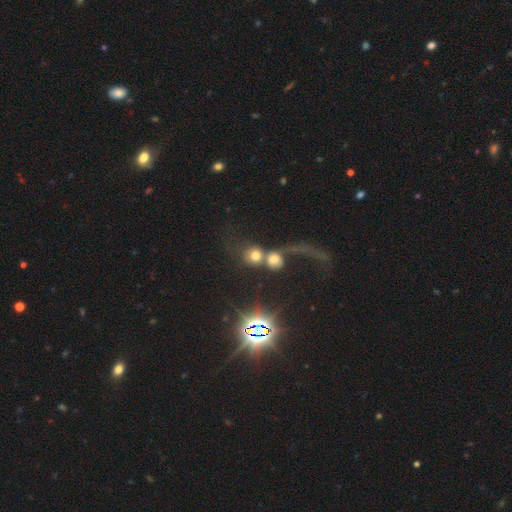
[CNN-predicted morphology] The model was most divided on "smooth or featured": smooth: 60%, featured or disk: 23%, star or artifact: 17%. More confident: how rounded — round (85%); merging — merger (65%).